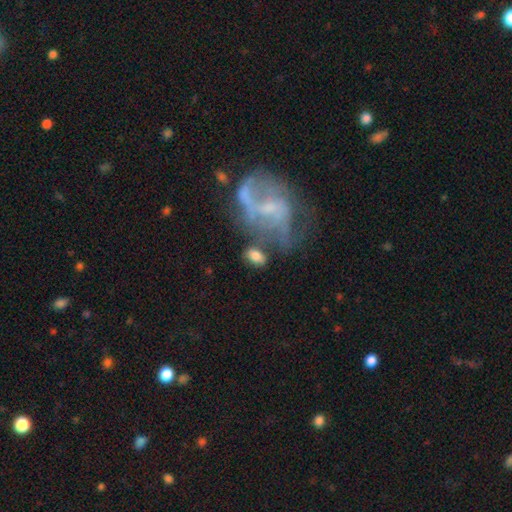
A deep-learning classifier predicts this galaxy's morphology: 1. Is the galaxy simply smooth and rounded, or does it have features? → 69% smooth, 22% featured or disk, 8% star or artifact.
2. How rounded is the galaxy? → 89% in between, 9% round, 3% cigar-shaped.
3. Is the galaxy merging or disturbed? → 54% none, 18% minor disturbance, 16% merger, 13% major disturbance.